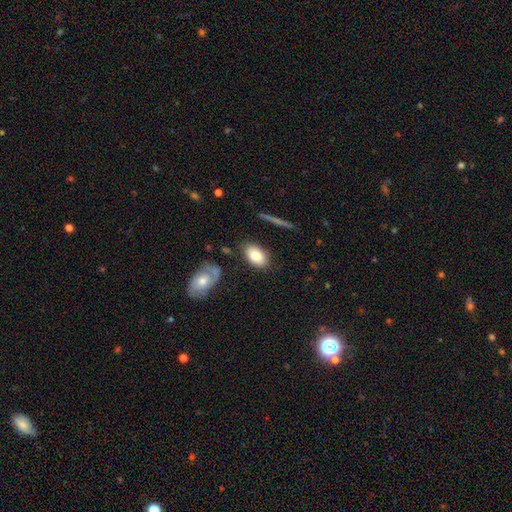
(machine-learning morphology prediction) type=smooth (81%); roundness=in between (92%); merging=none (79%).